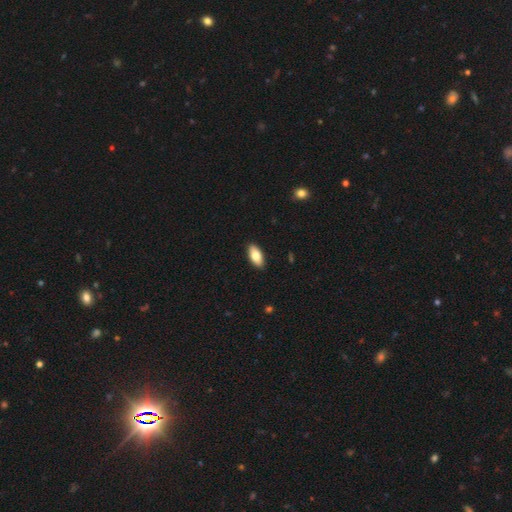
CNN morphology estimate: Smooth or featured?
  - smooth: 79% *
  - featured or disk: 15%
  - star or artifact: 6%
How rounded?
  - in between: 88% *
  - cigar-shaped: 10%
  - round: 3%
Merging?
  - none: 90% *
  - minor disturbance: 7%
  - major disturbance: 2%
  - merger: 1%